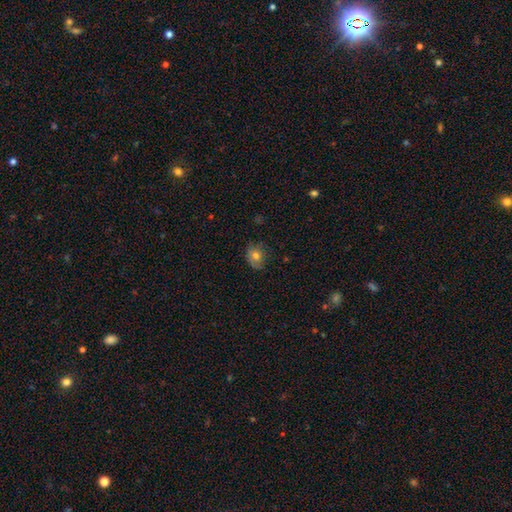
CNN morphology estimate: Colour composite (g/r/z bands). It shows a smooth galaxy with no disk features (72%) that is round (56%). Merging: none (68%).